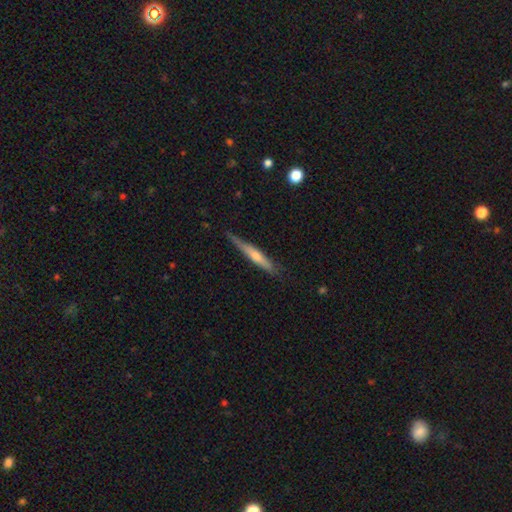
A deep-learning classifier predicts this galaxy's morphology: Q: Smooth or featured?
A: featured or disk (53%); runner-up: smooth (42%)
Q: Edge-on disk?
A: yes (95%); runner-up: no (5%)
Q: Merging?
A: none (76%); runner-up: minor disturbance (19%)